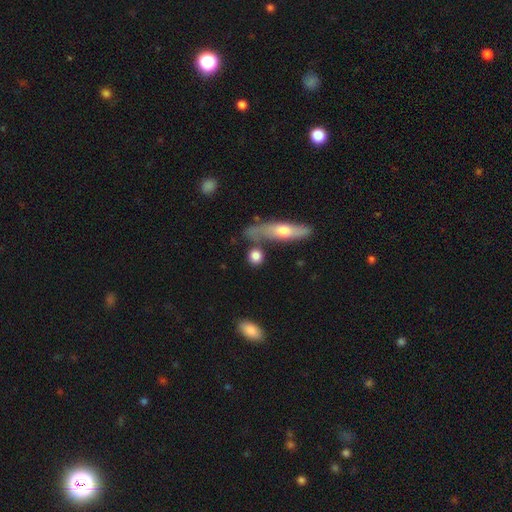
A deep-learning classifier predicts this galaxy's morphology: smooth-or-featured: smooth: 79% | featured or disk: 14% | star or artifact: 7%
  how-rounded: round: 75% | in between: 17% | cigar-shaped: 8%
  merging: none: 68% | merger: 16% | minor disturbance: 12% | major disturbance: 5%